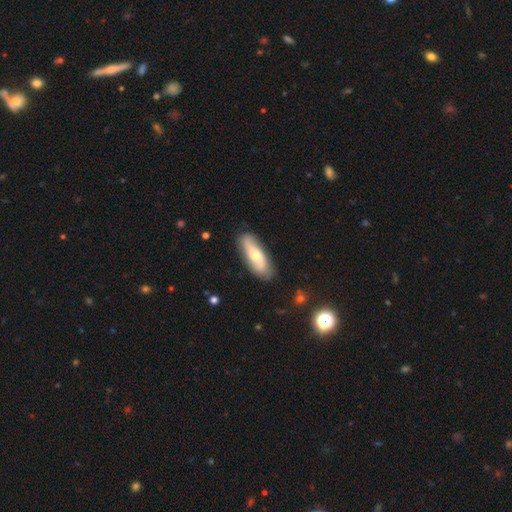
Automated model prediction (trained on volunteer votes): smooth 48%, featured or disk 46%, star or artifact 6%. Down the decision tree: merging — none (82%).